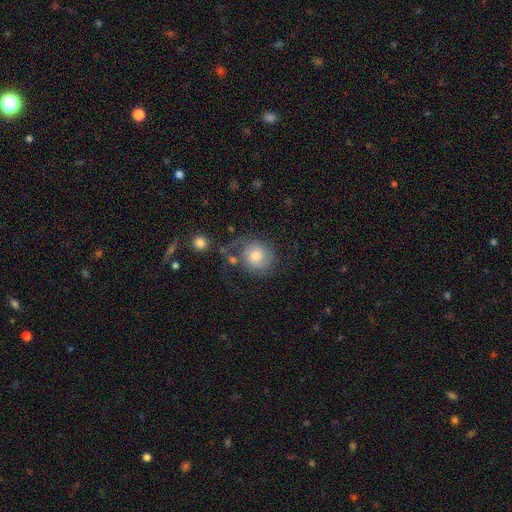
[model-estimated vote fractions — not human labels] smooth-or-featured: smooth: 46% | featured or disk: 45% | star or artifact: 10%
  merging: none: 53% | minor disturbance: 21% | major disturbance: 20% | merger: 7%